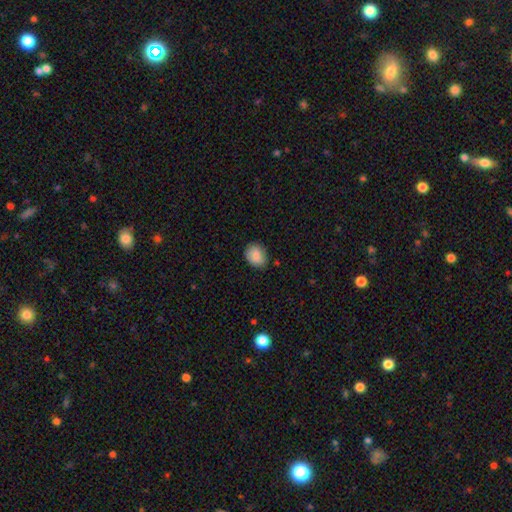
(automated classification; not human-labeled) smooth 87%, star or artifact 7%, featured or disk 6%. Down the decision tree: how rounded — in between (58%); merging — none (80%).